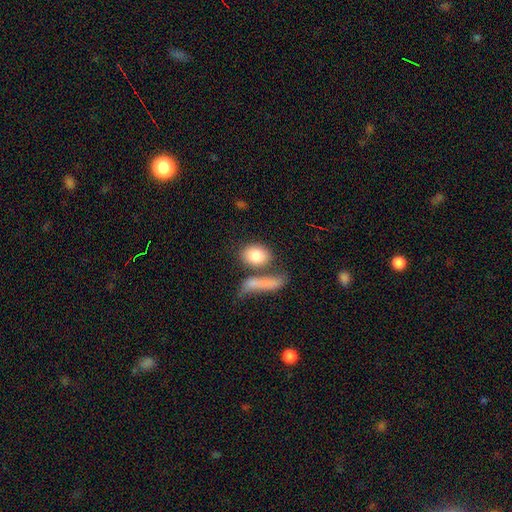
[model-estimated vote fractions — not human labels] Q: Smooth or featured?
A: smooth (82%); runner-up: featured or disk (11%)
Q: How rounded?
A: in between (67%); runner-up: round (29%)
Q: Merging?
A: none (54%); runner-up: merger (25%)